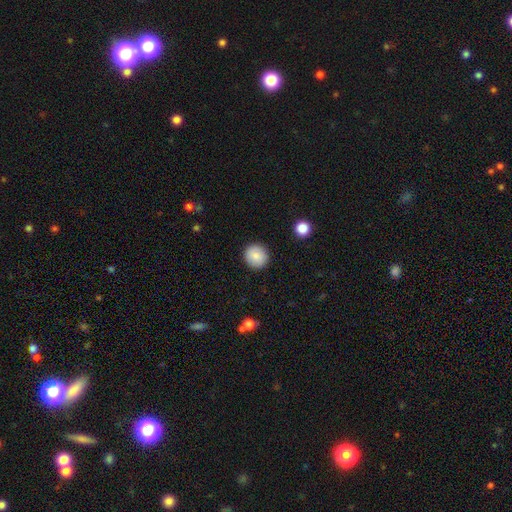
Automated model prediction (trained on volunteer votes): Q: Smooth or featured?
A: smooth (86%); runner-up: star or artifact (8%)
Q: How rounded?
A: round (92%); runner-up: in between (7%)
Q: Merging?
A: none (91%); runner-up: minor disturbance (6%)